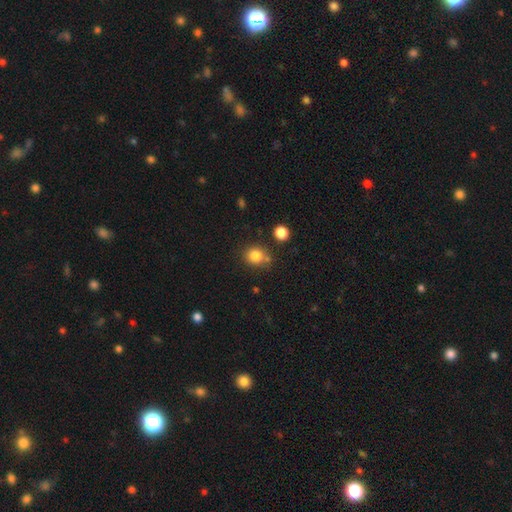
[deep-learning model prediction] Smooth or featured? smooth (81%)
How rounded? round (80%)
Merging? none (68%)